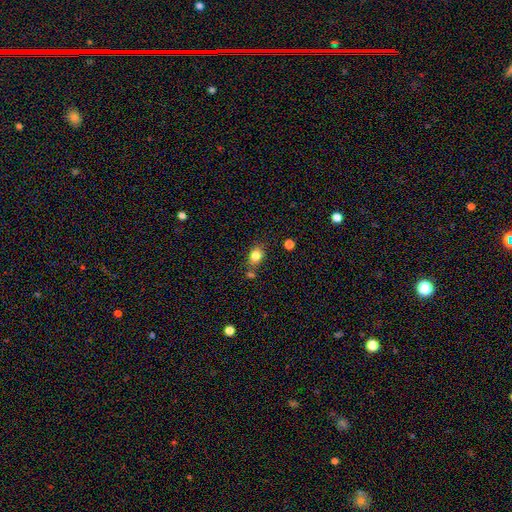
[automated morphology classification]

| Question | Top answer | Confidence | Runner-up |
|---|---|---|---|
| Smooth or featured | smooth | 82% | star or artifact (11%) |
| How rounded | in between | 54% | round (44%) |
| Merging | none | 68% | minor disturbance (16%) |